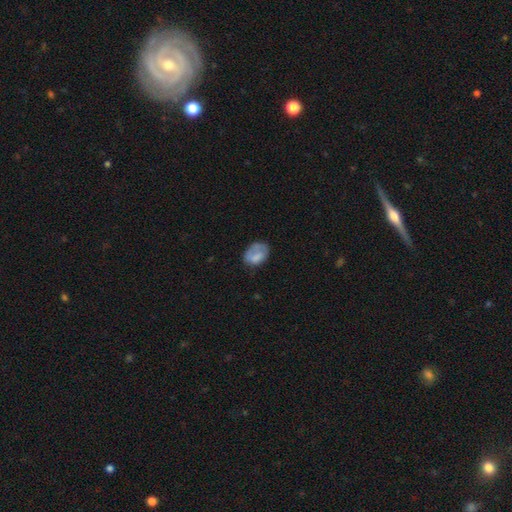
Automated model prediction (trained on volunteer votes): smooth-or-featured: smooth: 68% | featured or disk: 24% | star or artifact: 9%
  how-rounded: in between: 73% | round: 26% | cigar-shaped: 1%
  merging: none: 46% | minor disturbance: 31% | major disturbance: 21% | merger: 3%